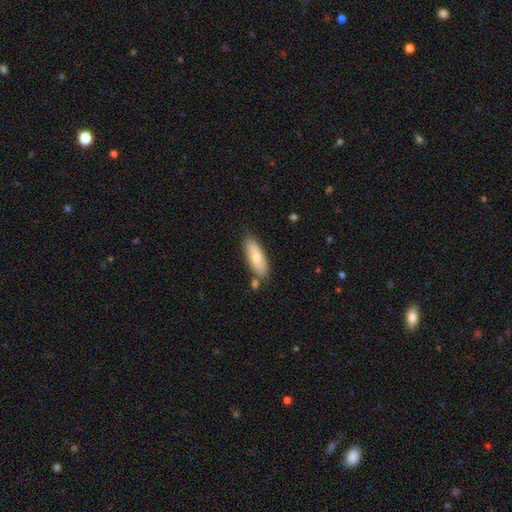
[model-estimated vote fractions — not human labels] This appears to be a smooth galaxy with no disk features (72%) that is in between round and cigar-shaped (61%). Merging: none (77%).